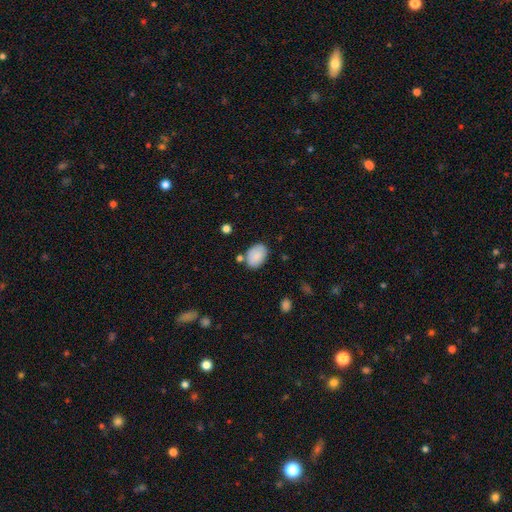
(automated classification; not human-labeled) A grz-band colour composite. It shows a smooth galaxy with no disk features (84%) that is in between round and cigar-shaped (86%). Merging: none (73%).